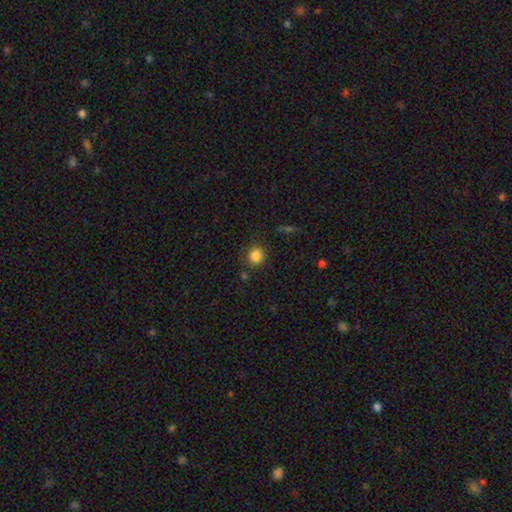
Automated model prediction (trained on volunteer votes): Morphology: type=smooth (85%); roundness=round (90%); merging=none (85%).